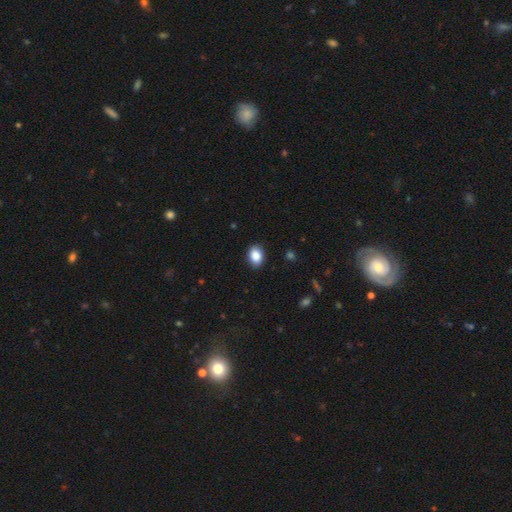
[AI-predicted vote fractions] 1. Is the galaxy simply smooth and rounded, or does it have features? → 87% smooth, 8% star or artifact, 5% featured or disk.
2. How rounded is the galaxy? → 75% in between, 24% round, 1% cigar-shaped.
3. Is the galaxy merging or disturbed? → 87% none, 10% minor disturbance, 2% major disturbance, 1% merger.